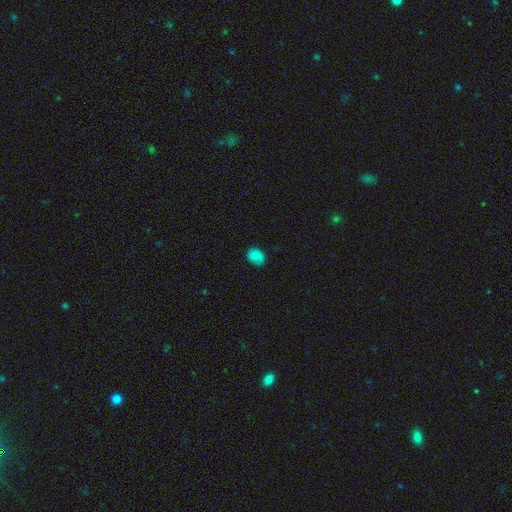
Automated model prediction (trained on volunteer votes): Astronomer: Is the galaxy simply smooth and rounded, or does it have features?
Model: smooth — 77%.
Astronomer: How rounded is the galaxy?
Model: in between — 53% (runner-up: round, 46%).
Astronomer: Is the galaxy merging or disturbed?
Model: none — 66%.